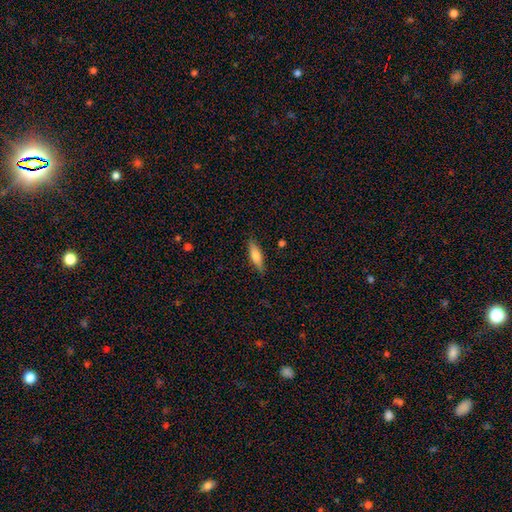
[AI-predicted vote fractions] smooth 63%, featured or disk 30%, star or artifact 6%. Down the decision tree: how rounded — cigar-shaped (64%); merging — none (86%).